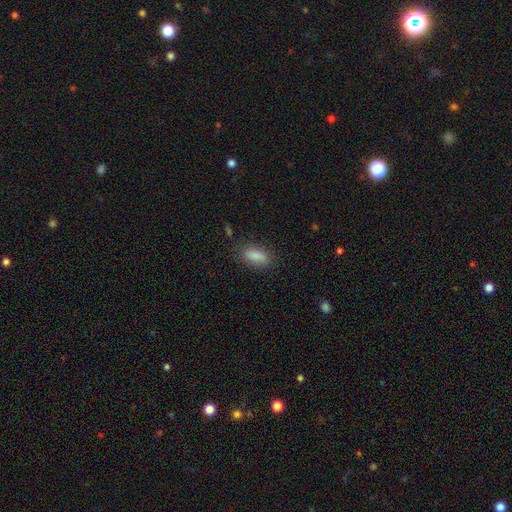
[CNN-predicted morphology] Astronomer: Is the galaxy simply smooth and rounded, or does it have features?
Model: smooth — 87%.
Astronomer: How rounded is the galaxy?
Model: in between — 80%.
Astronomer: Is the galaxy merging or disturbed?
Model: none — 84%.